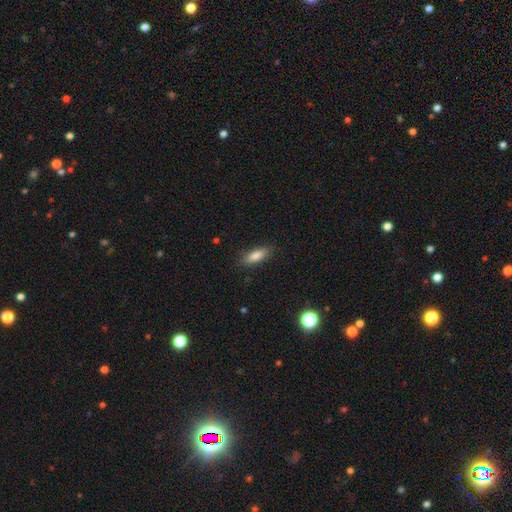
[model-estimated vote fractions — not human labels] A smooth galaxy with no disk features (82%) that is in between round and cigar-shaped (59%).

Vote fractions:
- Smooth or featured? smooth: 82% / featured or disk: 10% / star or artifact: 7%
- How rounded? in between: 59% / cigar-shaped: 38% / round: 2%
- Merging? none: 84% / minor disturbance: 12% / major disturbance: 3% / merger: 1%